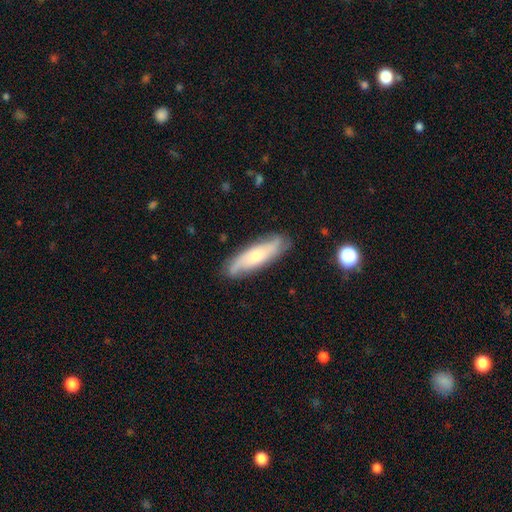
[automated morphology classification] smooth_or_featured: featured or disk (p=0.54) [alt: smooth p=0.39]
disk_edge_on: no (p=0.68) [alt: yes p=0.32]
merging: none (p=0.79) [alt: minor disturbance p=0.16]